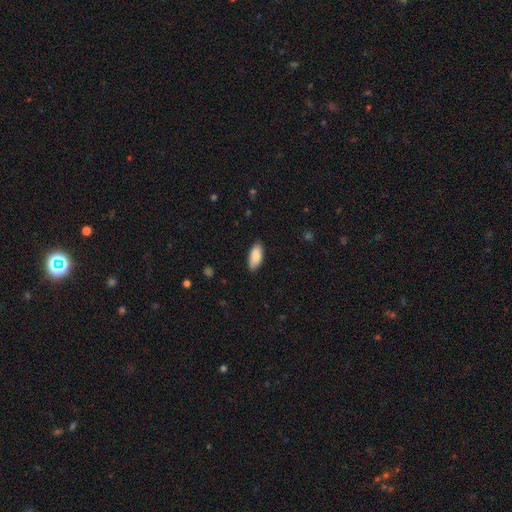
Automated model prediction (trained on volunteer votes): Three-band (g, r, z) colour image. It shows a smooth galaxy with no disk features (87%) that is in between round and cigar-shaped (89%). Merging: none (85%).